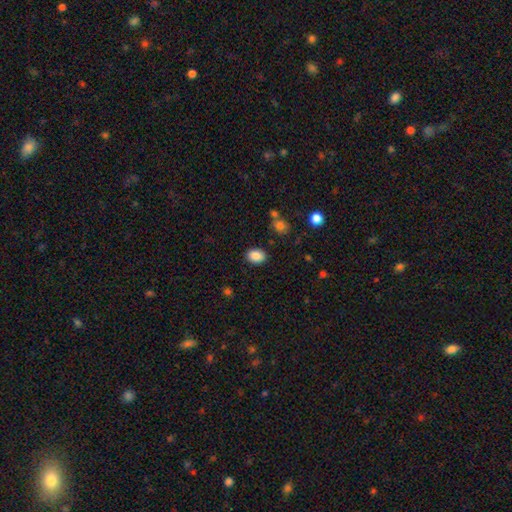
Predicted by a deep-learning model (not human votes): This is clearly a smooth galaxy (87%). How rounded: likely in between (75%). Merging: clearly none (87%).